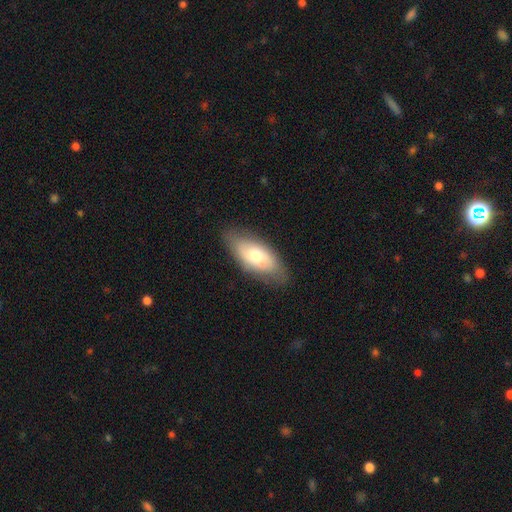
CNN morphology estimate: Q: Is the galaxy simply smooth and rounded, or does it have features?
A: smooth — 59%.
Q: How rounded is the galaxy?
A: in between — 88%.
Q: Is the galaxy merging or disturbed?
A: none — 82%.